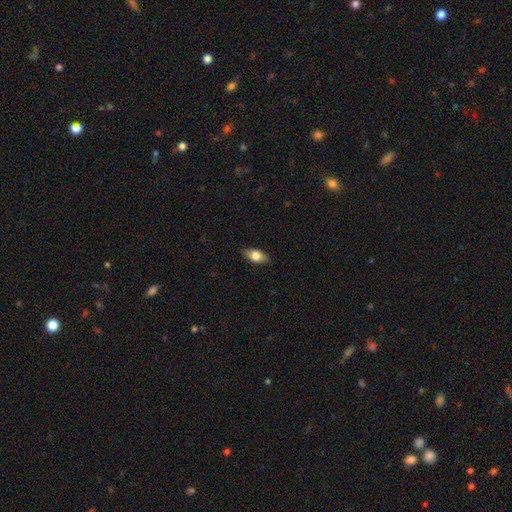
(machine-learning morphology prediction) This is likely a smooth galaxy (76%). How rounded: clearly in between (87%). Merging: clearly none (87%).